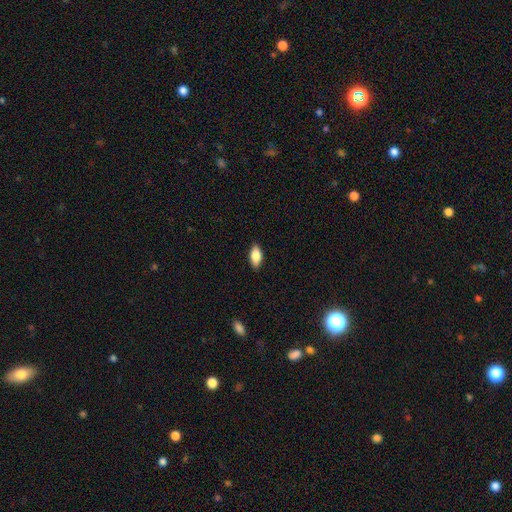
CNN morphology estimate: smooth 82%, featured or disk 12%, star or artifact 6%. Down the decision tree: how rounded — in between (89%); merging — none (88%).